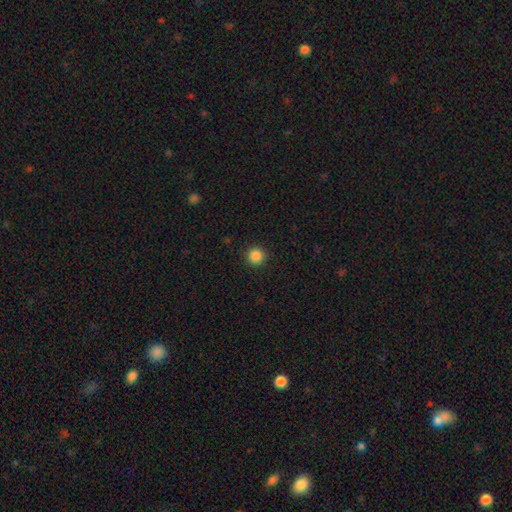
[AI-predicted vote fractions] Q: Smooth or featured?
A: smooth (86%); runner-up: star or artifact (11%)
Q: How rounded?
A: round (95%); runner-up: in between (4%)
Q: Merging?
A: none (92%); runner-up: minor disturbance (5%)